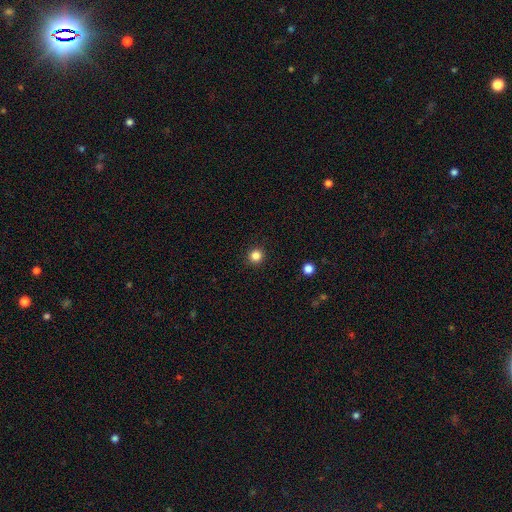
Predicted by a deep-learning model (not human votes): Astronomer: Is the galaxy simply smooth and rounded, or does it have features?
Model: smooth — 84%.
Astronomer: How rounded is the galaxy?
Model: round — 95%.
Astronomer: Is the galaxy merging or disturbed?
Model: none — 93%.